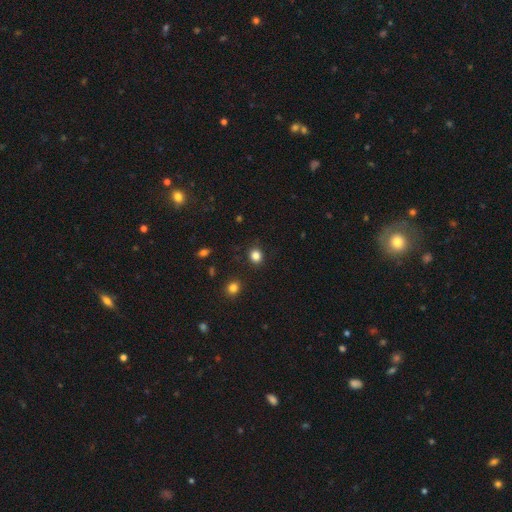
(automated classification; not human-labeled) smooth 84%, star or artifact 12%, featured or disk 4%. Down the decision tree: how rounded — round (74%); merging — none (88%).